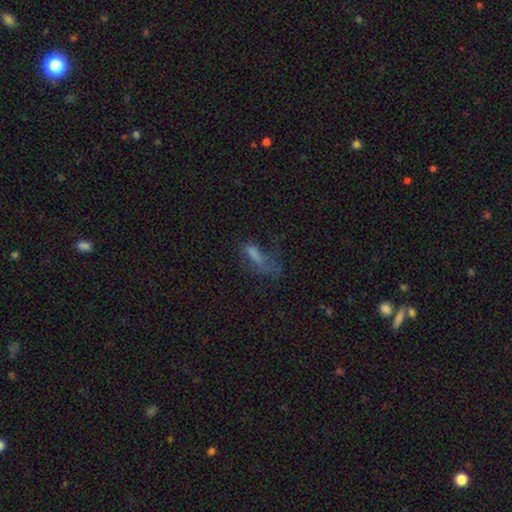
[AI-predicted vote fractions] The model was most divided on "merging": major disturbance: 44%, none: 29%, minor disturbance: 21%, merger: 5%. More confident: how rounded — in between (59%); smooth or featured — smooth (58%).